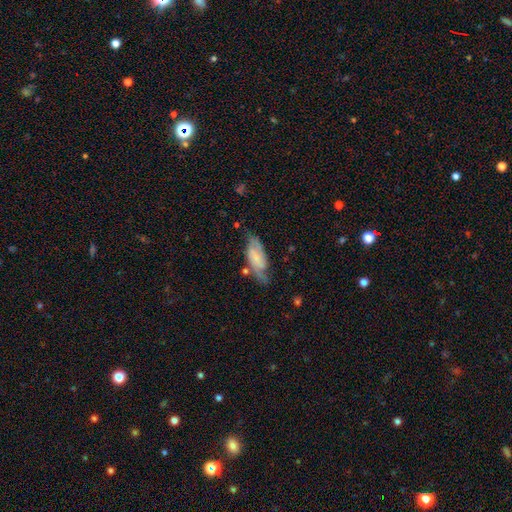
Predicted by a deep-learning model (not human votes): smooth-or-featured: featured or disk: 70% | smooth: 24% | star or artifact: 6%
  disk-edge-on: no: 92% | yes: 8%
    bar: no: 44% | weak: 39% | strong: 17%
    has-spiral-arms: yes: 92% | no: 8%
      spiral-winding: medium: 46% | tight: 28% | loose: 25%
      spiral-arm-count: 2: 83% | can't tell: 9% | 1: 3% | 3: 2% | 4: 1% | more than 4: 1%
    bulge-size: small: 60% | moderate: 19% | none: 17% | large: 3% | dominant: 1%
  merging: none: 64% | minor disturbance: 23% | major disturbance: 9% | merger: 4%